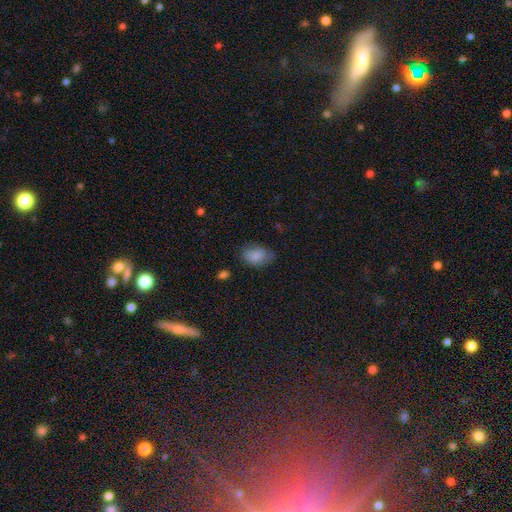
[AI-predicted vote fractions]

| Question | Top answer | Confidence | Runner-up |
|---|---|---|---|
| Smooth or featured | smooth | 83% | star or artifact (8%) |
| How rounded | in between | 87% | round (12%) |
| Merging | none | 63% | minor disturbance (27%) |